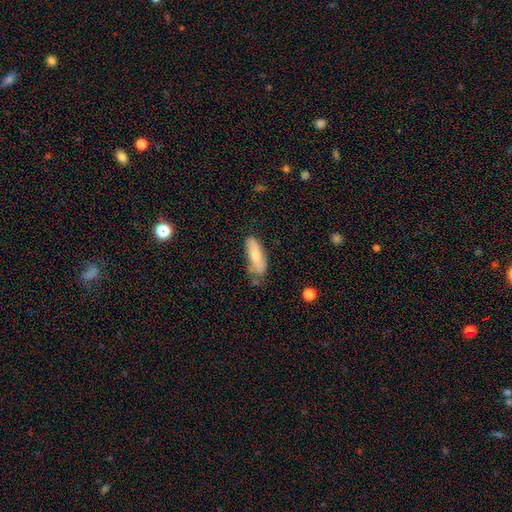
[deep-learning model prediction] Smooth or featured?
  - smooth: 70% *
  - featured or disk: 24%
  - star or artifact: 6%
How rounded?
  - in between: 61% *
  - cigar-shaped: 37%
  - round: 2%
Merging?
  - none: 55% *
  - minor disturbance: 31%
  - major disturbance: 9%
  - merger: 6%